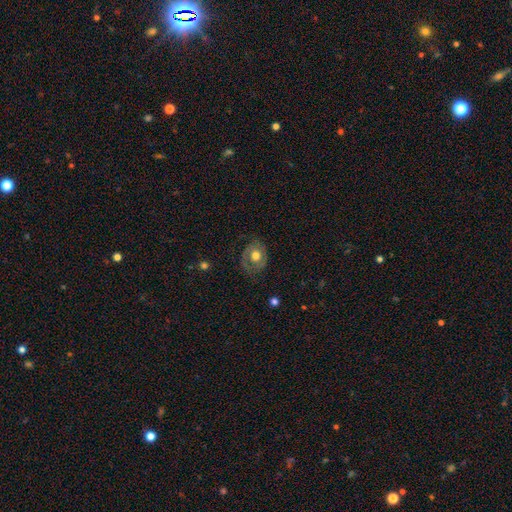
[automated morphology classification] Q: Smooth or featured?
A: featured or disk (51%); runner-up: smooth (41%)
Q: Edge-on disk?
A: no (95%); runner-up: yes (5%)
Q: Merging?
A: none (69%); runner-up: minor disturbance (20%)